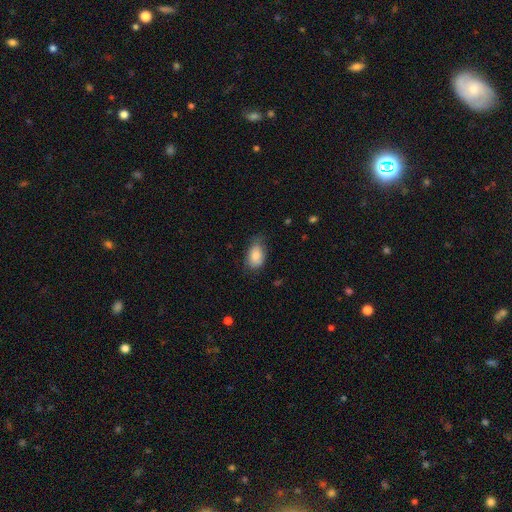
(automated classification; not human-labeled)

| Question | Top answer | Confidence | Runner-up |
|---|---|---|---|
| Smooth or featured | smooth | 85% | featured or disk (8%) |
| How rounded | in between | 87% | round (12%) |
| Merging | none | 57% | minor disturbance (33%) |